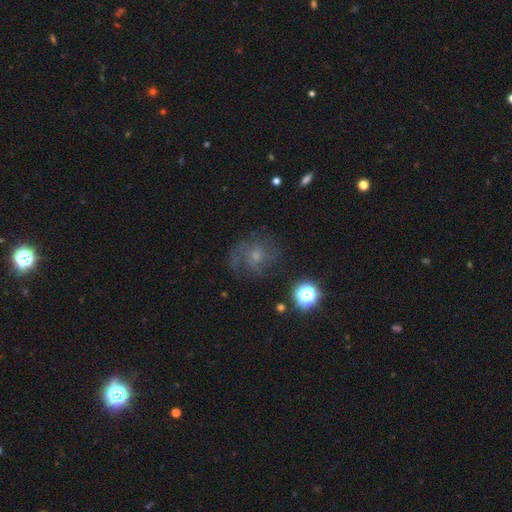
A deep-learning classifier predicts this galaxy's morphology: featured or disk 56%, smooth 26%, star or artifact 18%. Down the decision tree: edge-on disk — no (97%); bar — no (76%); spiral arms — yes (83%); bulge size — small (56%); merging — none (63%).